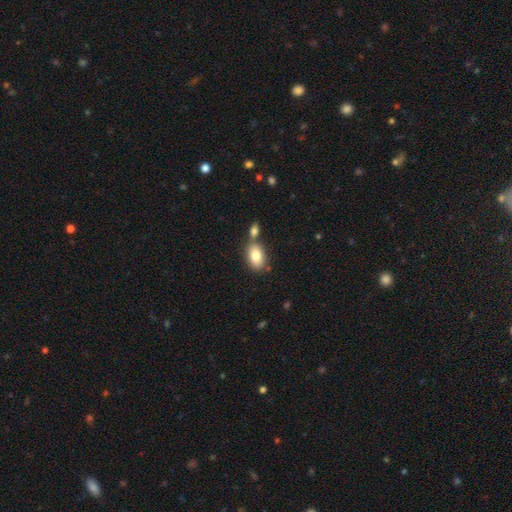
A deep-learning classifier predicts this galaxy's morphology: Smooth or featured?
  - smooth: 82% *
  - featured or disk: 11%
  - star or artifact: 7%
How rounded?
  - in between: 89% *
  - round: 9%
  - cigar-shaped: 2%
Merging?
  - none: 56% *
  - merger: 29%
  - minor disturbance: 12%
  - major disturbance: 3%